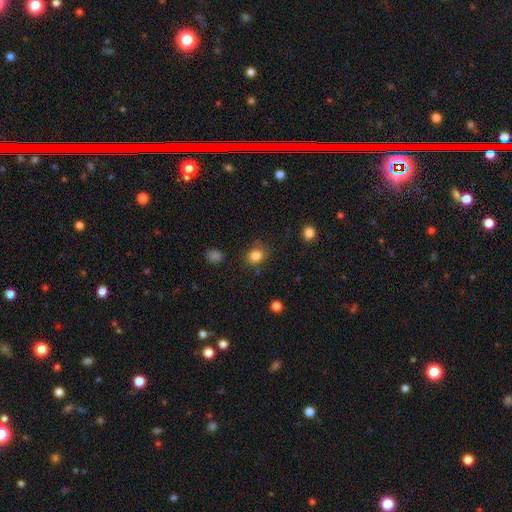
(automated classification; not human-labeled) Q: Smooth or featured?
A: smooth (84%); runner-up: star or artifact (11%)
Q: How rounded?
A: round (65%); runner-up: in between (34%)
Q: Merging?
A: none (80%); runner-up: minor disturbance (13%)